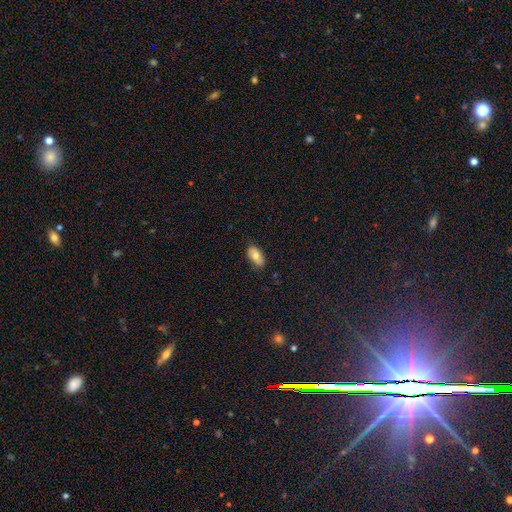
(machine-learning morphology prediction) Smooth or featured: smooth — 71% (featured or disk — 22%)
How rounded: in between — 92% (round — 4%)
Merging: none — 81% (minor disturbance — 15%)